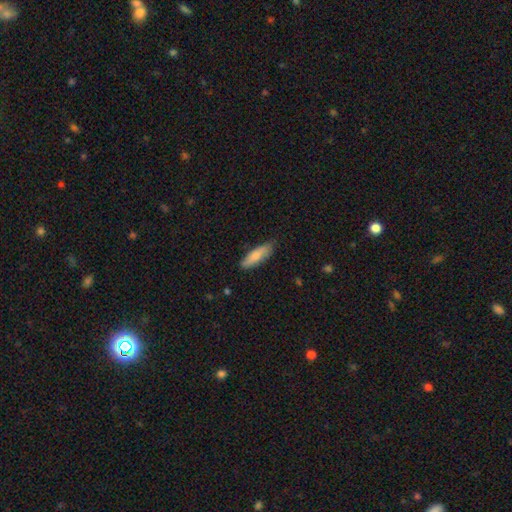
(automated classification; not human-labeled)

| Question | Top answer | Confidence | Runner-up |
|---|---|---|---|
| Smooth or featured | smooth | 80% | featured or disk (15%) |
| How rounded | cigar-shaped | 55% | in between (44%) |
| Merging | none | 80% | minor disturbance (17%) |